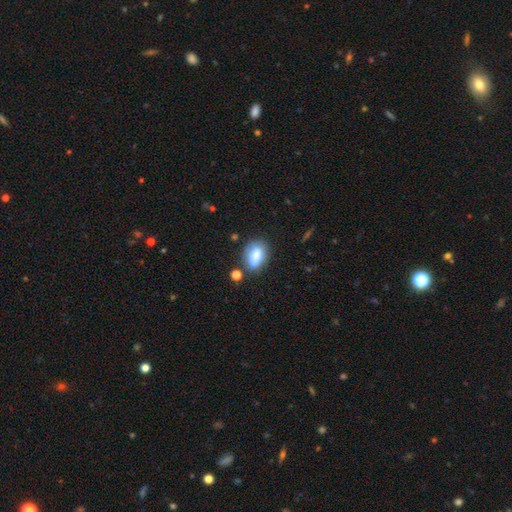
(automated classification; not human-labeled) smooth 72%, featured or disk 19%, star or artifact 9%. Down the decision tree: how rounded — in between (76%); merging — none (55%).